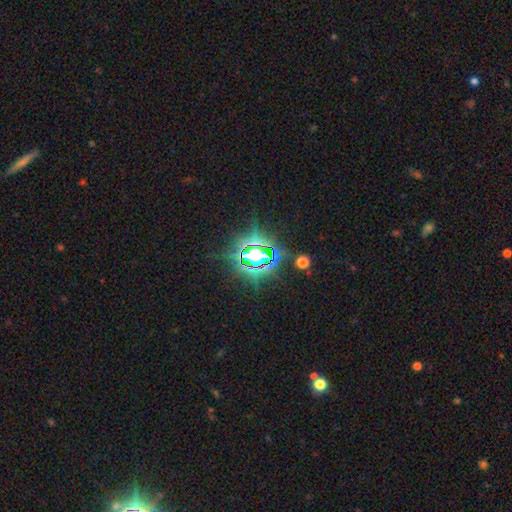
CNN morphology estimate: Smooth or featured: star or artifact — 78% (smooth — 13%)